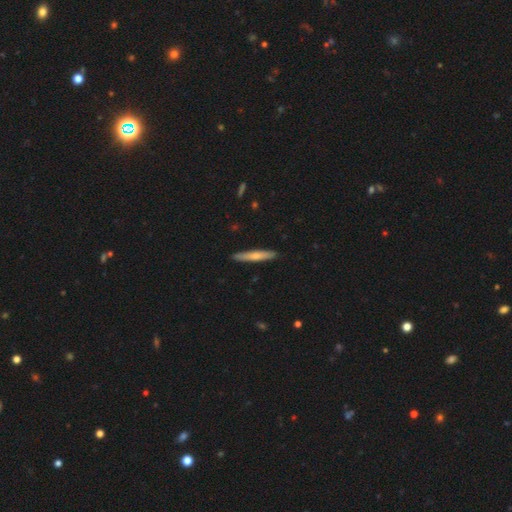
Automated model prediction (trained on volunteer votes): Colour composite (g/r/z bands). It shows a smooth galaxy with no disk features (60%) that is cigar-shaped (93%). Merging: none (90%).